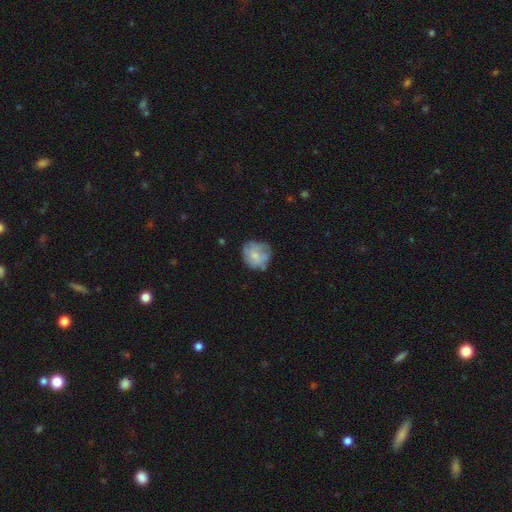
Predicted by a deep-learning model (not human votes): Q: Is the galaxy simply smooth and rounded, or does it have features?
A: smooth — 52%.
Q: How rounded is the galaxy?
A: round — 79%.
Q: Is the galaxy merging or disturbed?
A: none — 62%.